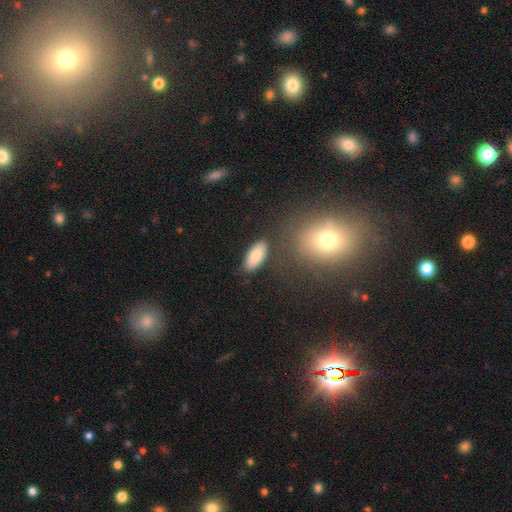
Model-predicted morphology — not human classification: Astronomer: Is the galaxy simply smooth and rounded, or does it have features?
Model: smooth — 86%.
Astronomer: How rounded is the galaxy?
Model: in between — 87%.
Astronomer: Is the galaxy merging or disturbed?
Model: none — 82%.